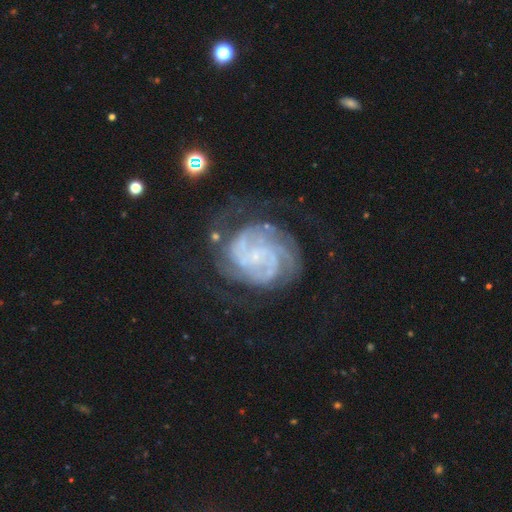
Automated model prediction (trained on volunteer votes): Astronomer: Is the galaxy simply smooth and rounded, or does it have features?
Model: featured or disk — 87%.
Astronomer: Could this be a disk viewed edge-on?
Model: no — 98%.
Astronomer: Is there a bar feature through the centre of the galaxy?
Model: no — 64%.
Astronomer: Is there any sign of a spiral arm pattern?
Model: yes — 97%.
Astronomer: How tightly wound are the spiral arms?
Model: tight — 64%.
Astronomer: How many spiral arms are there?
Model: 3 — 26% (runner-up: can't tell, 23%).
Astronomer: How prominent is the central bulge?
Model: small — 74%.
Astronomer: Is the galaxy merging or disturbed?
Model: none — 60%.